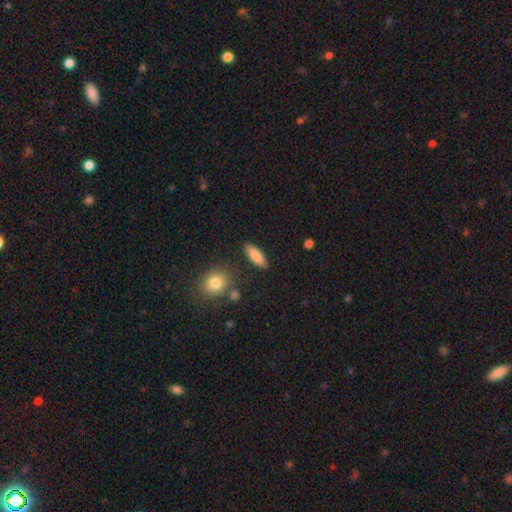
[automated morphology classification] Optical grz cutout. It shows a smooth galaxy with no disk features (85%) that is in between round and cigar-shaped (62%). Merging: none (85%).